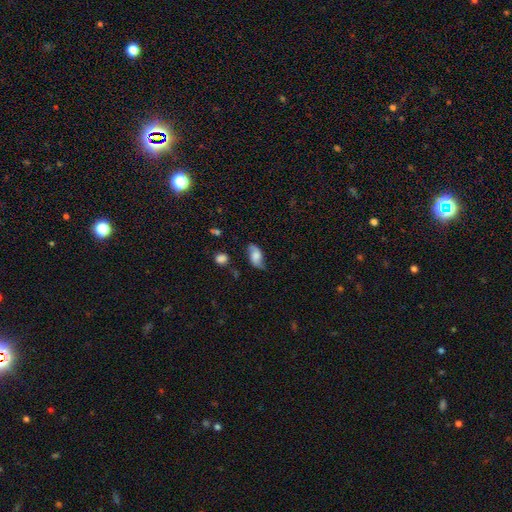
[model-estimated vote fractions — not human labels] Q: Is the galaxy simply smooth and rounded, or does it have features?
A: featured or disk — 55%.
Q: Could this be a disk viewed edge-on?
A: no — 93%.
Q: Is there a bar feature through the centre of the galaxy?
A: no — 60%.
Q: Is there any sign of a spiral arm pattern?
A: yes — 90%.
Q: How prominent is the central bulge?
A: large — 28%.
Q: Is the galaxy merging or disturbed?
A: none — 69%.